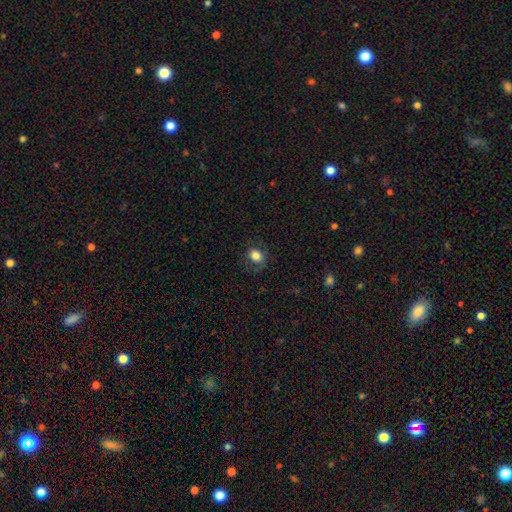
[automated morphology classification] Q: Smooth or featured?
A: smooth (81%); runner-up: star or artifact (10%)
Q: How rounded?
A: round (56%); runner-up: in between (43%)
Q: Merging?
A: none (76%); runner-up: minor disturbance (15%)